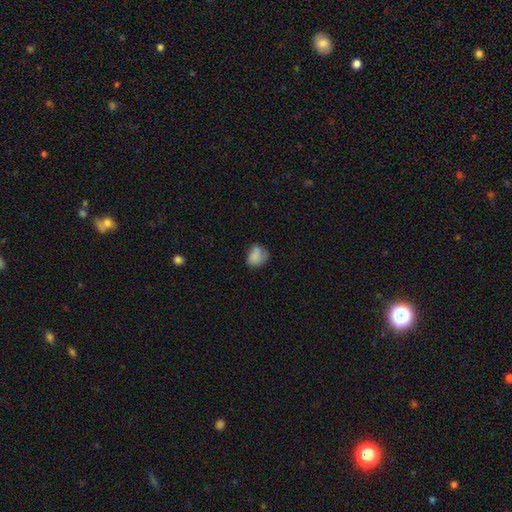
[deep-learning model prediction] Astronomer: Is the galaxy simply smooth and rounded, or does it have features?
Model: smooth — 82%.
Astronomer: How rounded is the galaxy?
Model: in between — 56% (runner-up: round, 43%).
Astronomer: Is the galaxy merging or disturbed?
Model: none — 57%.